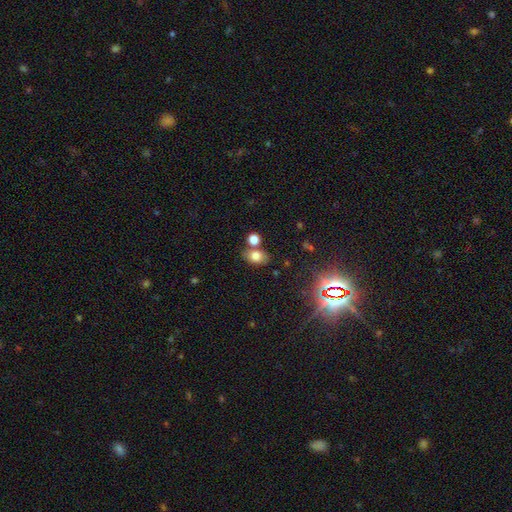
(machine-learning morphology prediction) Smooth or featured? Predicted: smooth (p=0.76). How rounded? Predicted: in between (p=0.71). Merging? Predicted: none (p=0.65).